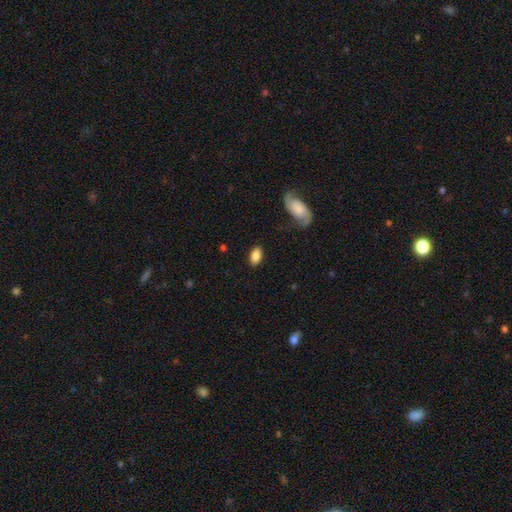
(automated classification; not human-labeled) A smooth galaxy with no disk features (83%) that is in between round and cigar-shaped (92%). Merging: none (83%).